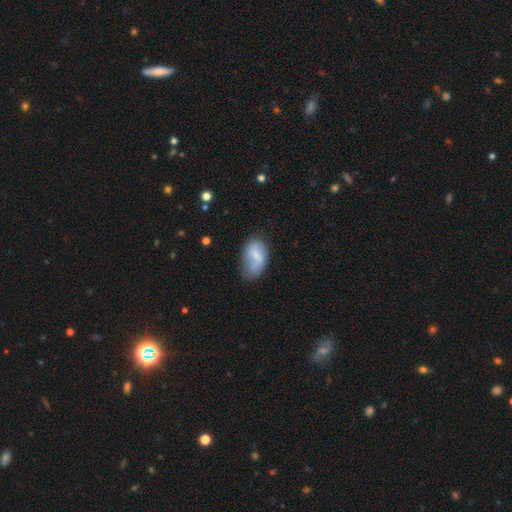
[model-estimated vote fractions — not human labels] This appears to be a smooth galaxy with no disk features (70%) that is in between round and cigar-shaped (92%). Merging: none (48%).